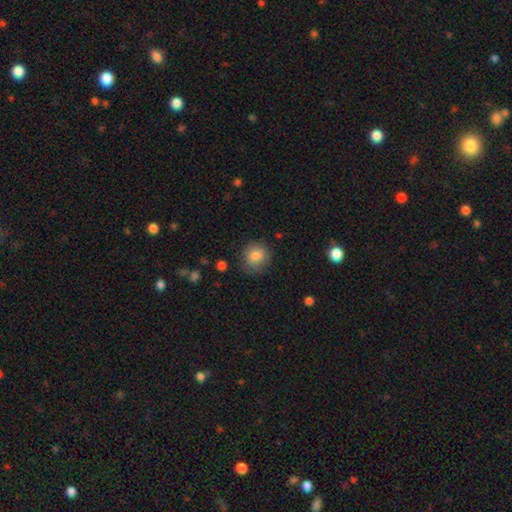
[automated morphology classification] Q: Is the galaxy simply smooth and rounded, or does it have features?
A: smooth — 82%.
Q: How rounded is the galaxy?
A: round — 86%.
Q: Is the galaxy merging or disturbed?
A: none — 81%.